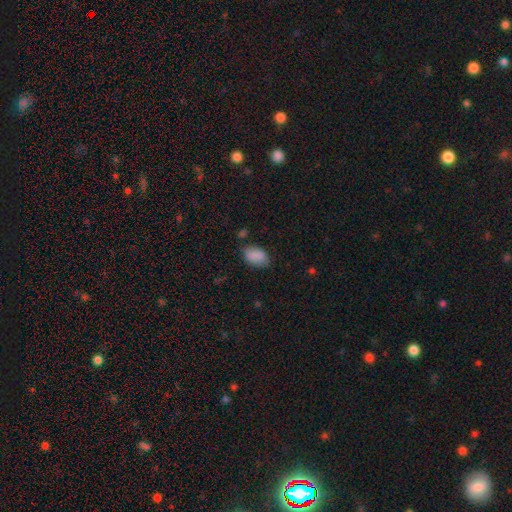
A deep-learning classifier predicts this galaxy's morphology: smooth 88%, star or artifact 8%, featured or disk 5%. Down the decision tree: how rounded — in between (90%); merging — none (74%).